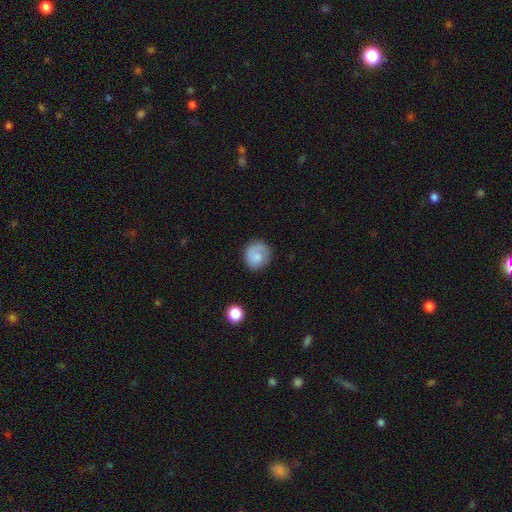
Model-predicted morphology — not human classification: smooth 70%, featured or disk 22%, star or artifact 8%. Down the decision tree: how rounded — round (85%); merging — none (75%).